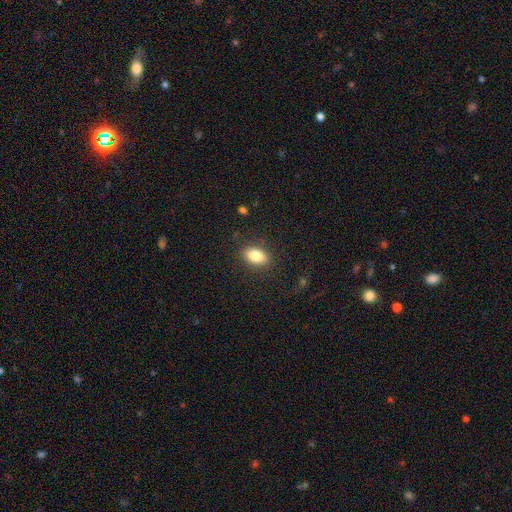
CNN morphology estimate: A smooth galaxy with no disk features (82%) that is in between round and cigar-shaped (87%). Merging: none (86%).